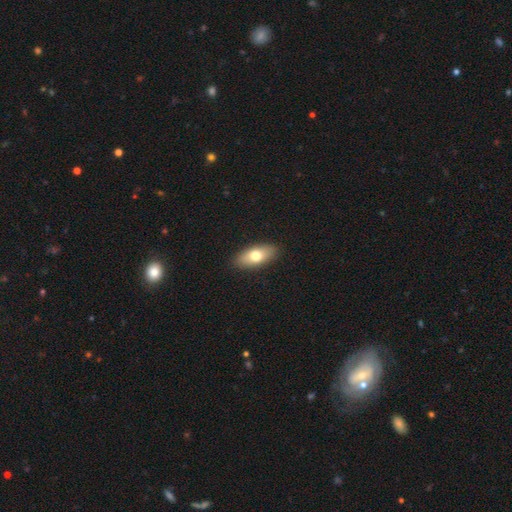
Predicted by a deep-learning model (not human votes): Overall: smooth (72%). How rounded: in between (84%). Merging: none (89%).